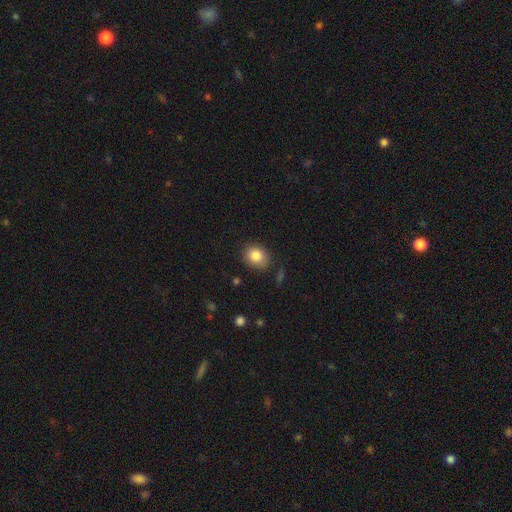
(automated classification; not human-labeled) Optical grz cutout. It shows a smooth galaxy with no disk features (83%) that is round (60%). Merging: none (82%).